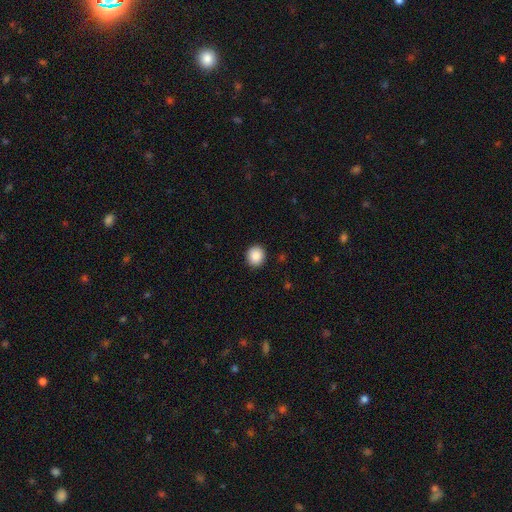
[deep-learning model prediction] This appears to be a smooth galaxy with no disk features (88%) that is round (86%). Merging: none (92%).